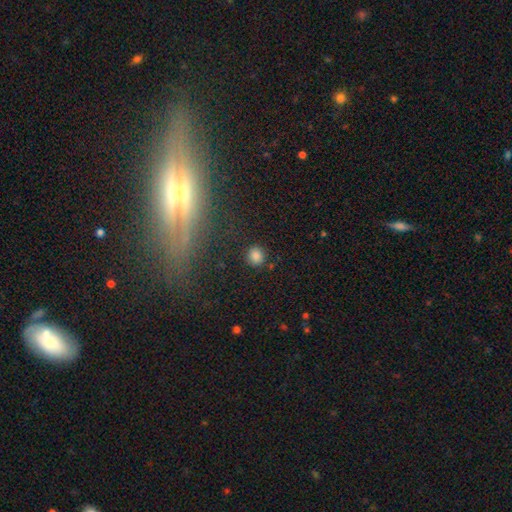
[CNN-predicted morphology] smooth 82%, star or artifact 13%, featured or disk 5%. Down the decision tree: how rounded — round (87%); merging — none (87%).